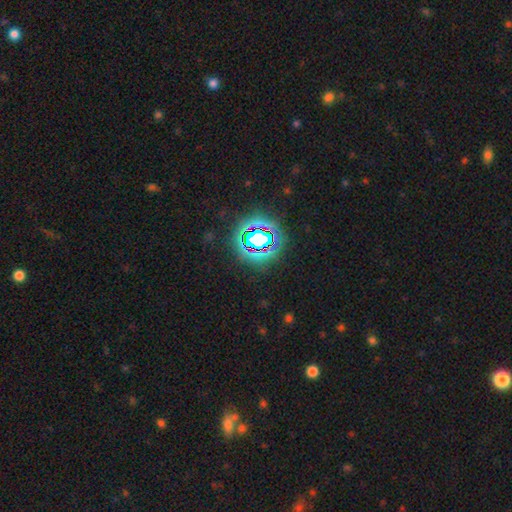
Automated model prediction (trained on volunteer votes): Smooth or featured?
  - star or artifact: 81% *
  - smooth: 12%
  - featured or disk: 7%